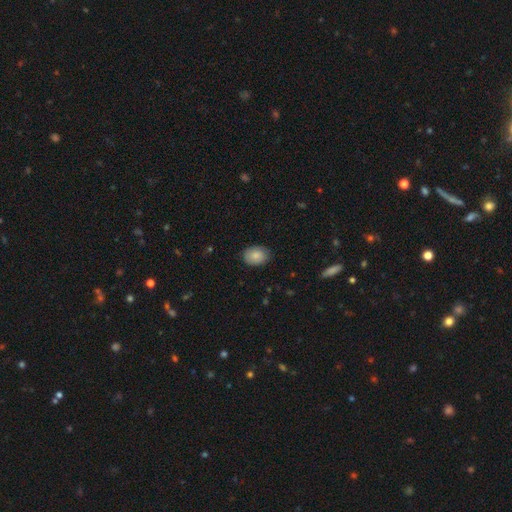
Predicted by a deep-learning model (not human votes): Smooth or featured? smooth (85%)
How rounded? in between (70%)
Merging? none (84%)